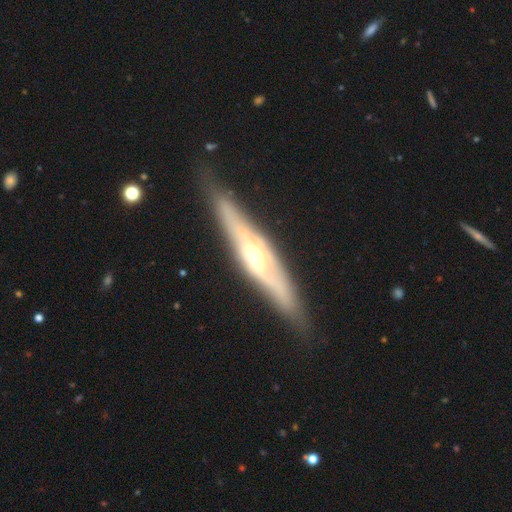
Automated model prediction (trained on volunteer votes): The model was most divided on "smooth or featured": featured or disk: 77%, smooth: 17%, star or artifact: 5%. More confident: edge-on disk — yes (86%); merging — none (83%); edge-on bulge — rounded (79%).